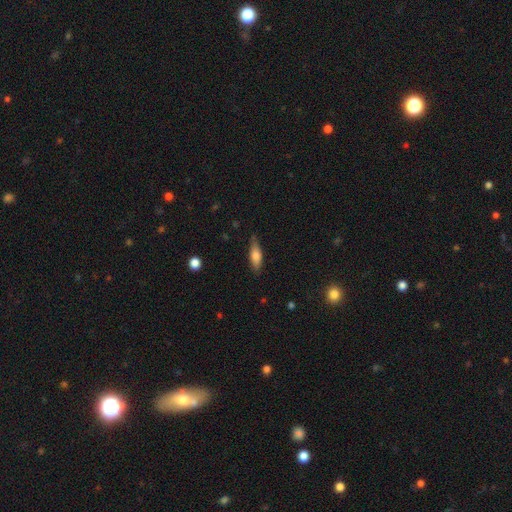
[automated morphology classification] Smooth or featured? smooth (69%)
How rounded? in between (52%)
Merging? none (79%)